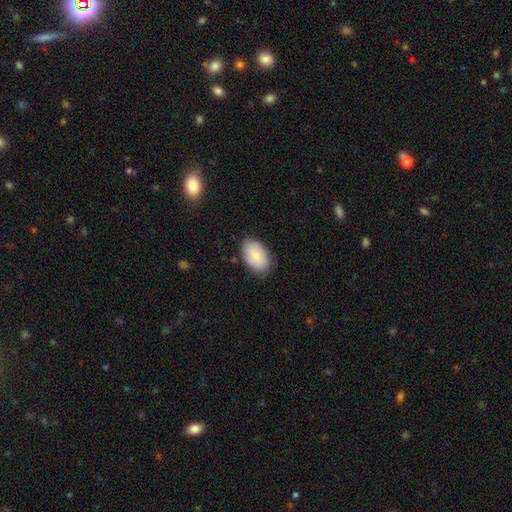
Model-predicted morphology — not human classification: Smooth or featured: smooth — 76% (featured or disk — 18%)
How rounded: in between — 90% (round — 9%)
Merging: none — 79% (minor disturbance — 16%)